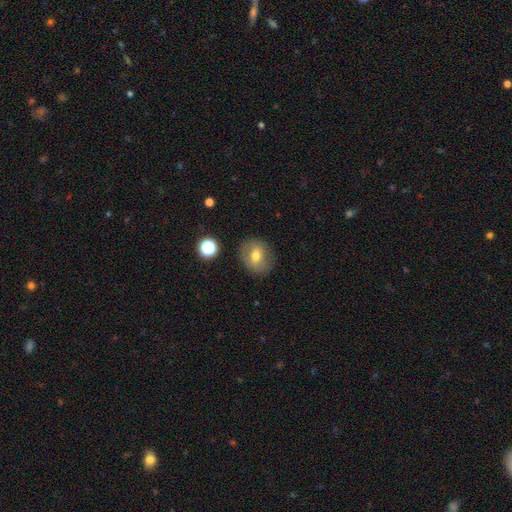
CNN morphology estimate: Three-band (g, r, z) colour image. It shows a smooth galaxy with no disk features (57%) that is round (64%). Merging: none (81%).